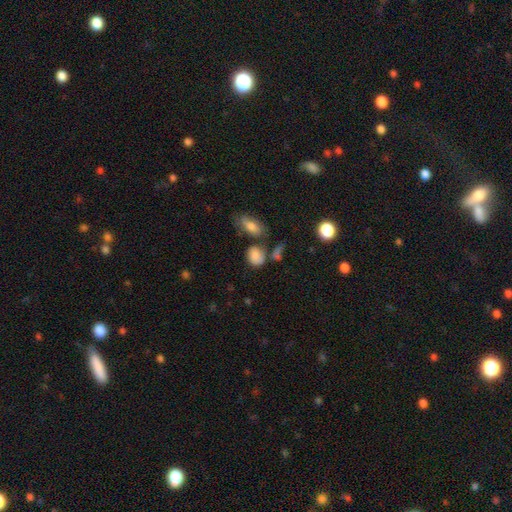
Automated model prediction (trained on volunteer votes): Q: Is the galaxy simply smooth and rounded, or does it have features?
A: smooth — 79%.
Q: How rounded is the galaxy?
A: in between — 51%.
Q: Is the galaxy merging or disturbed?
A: none — 54%.